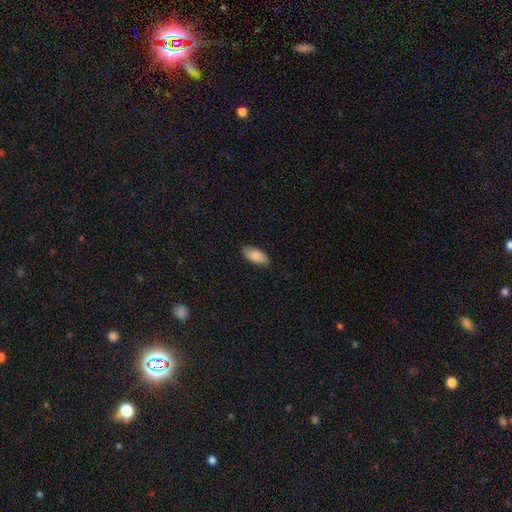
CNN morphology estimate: Overall: smooth (86%). How rounded: in between (90%). Merging: none (84%).